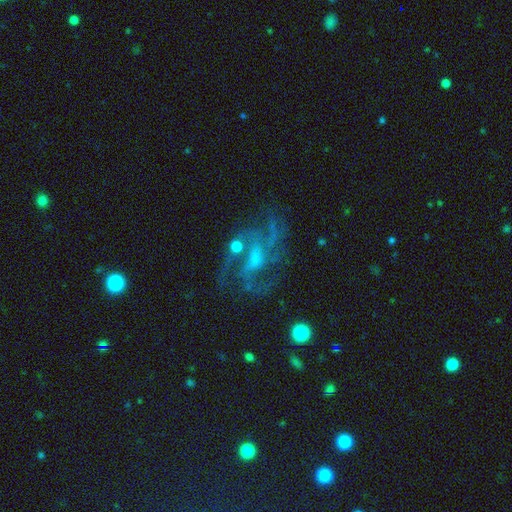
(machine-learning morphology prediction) type=featured or disk (82%); edge-on=no (97%); bar=weak (49%); spiral arms=yes (93%); winding=medium (51%); arm count=3 (30%); bulge=small (47%); merging=none (62%).